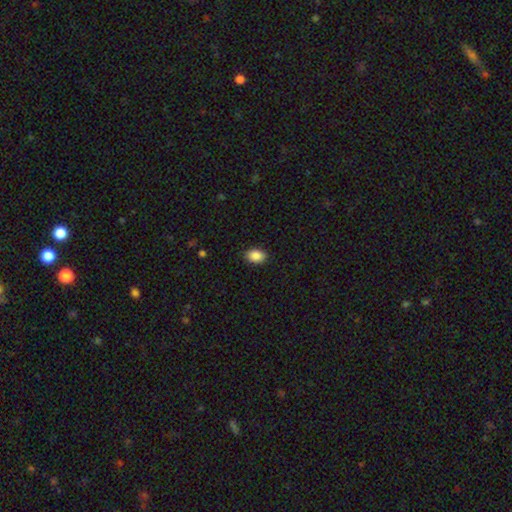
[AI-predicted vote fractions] A smooth galaxy with no disk features (89%) that is in between round and cigar-shaped (81%).

Vote fractions:
- Smooth or featured? smooth: 89% / star or artifact: 8% / featured or disk: 3%
- How rounded? in between: 81% / round: 18% / cigar-shaped: 1%
- Merging? none: 89% / minor disturbance: 8% / major disturbance: 2% / merger: 1%